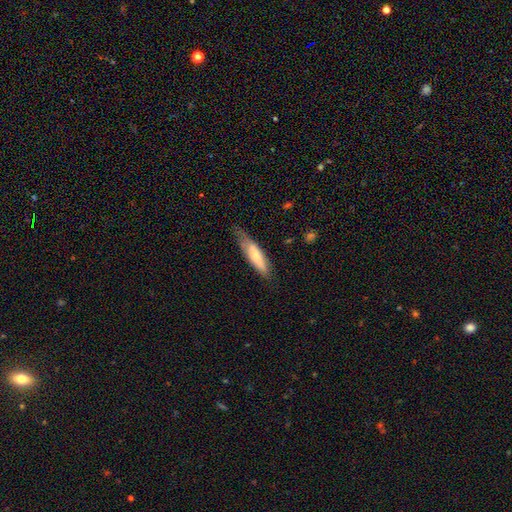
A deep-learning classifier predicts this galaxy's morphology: Smooth or featured: smooth — 67% (featured or disk — 27%)
How rounded: cigar-shaped — 63% (in between — 35%)
Merging: none — 57% (minor disturbance — 32%)